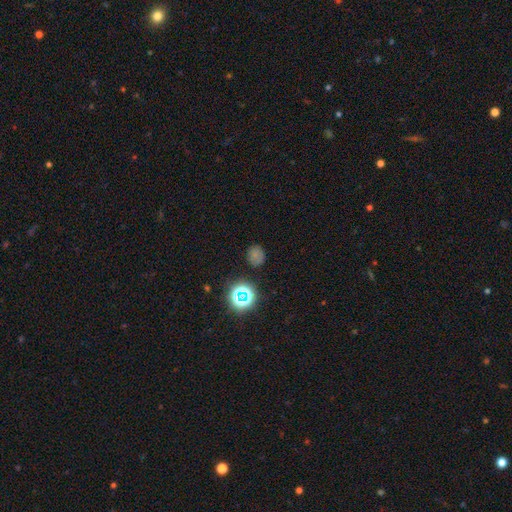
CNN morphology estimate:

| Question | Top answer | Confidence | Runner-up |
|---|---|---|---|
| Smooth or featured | smooth | 63% | star or artifact (28%) |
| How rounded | round | 72% | in between (27%) |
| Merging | none | 78% | minor disturbance (14%) |